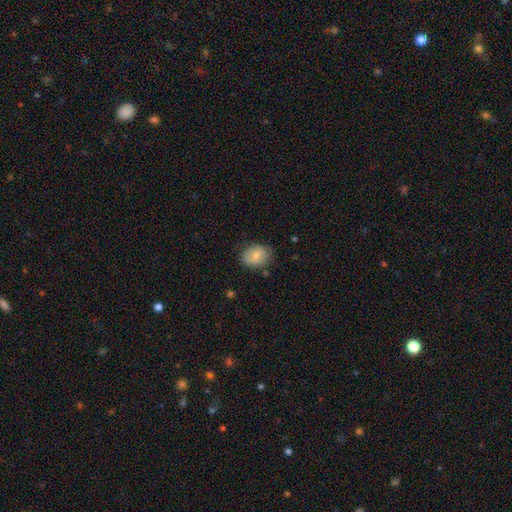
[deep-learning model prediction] Smooth or featured? Predicted: smooth (p=0.72). How rounded? Predicted: in between (p=0.66). Merging? Predicted: none (p=0.78).